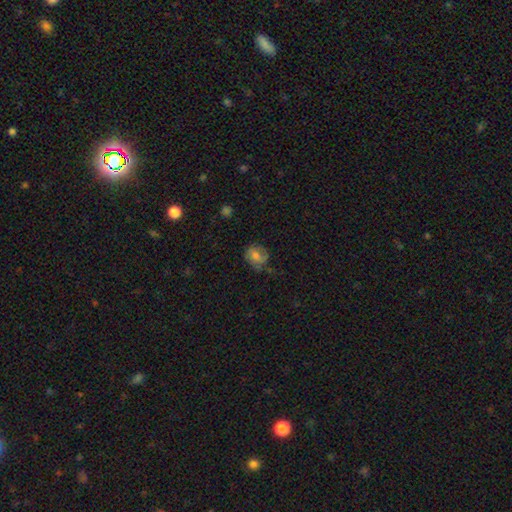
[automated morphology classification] smooth_or_featured: smooth (p=0.51) [alt: featured or disk p=0.40]
how_rounded: round (p=0.56) [alt: in between p=0.43]
merging: none (p=0.53) [alt: minor disturbance p=0.28]